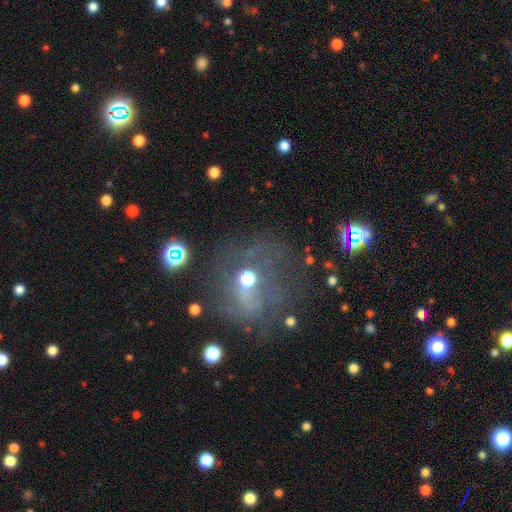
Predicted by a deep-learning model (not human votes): Overall: featured or disk (38%; star or artifact 32%). Merging: none (60%).